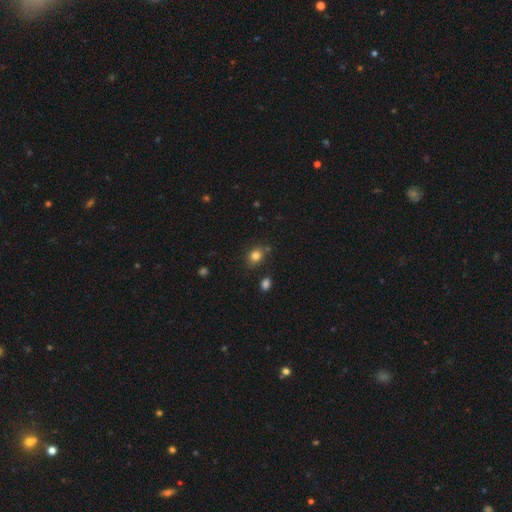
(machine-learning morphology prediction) Overall: smooth (81%). How rounded: round (55%; in between 44%). Merging: none (74%).